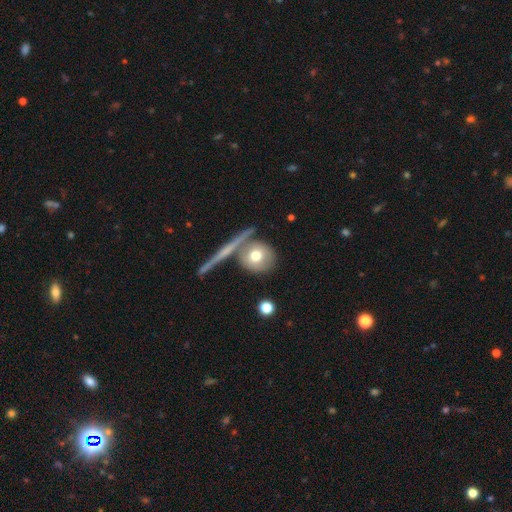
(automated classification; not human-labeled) This is likely a smooth galaxy (67%). How rounded: clearly round (84%). Merging: likely none (65%).